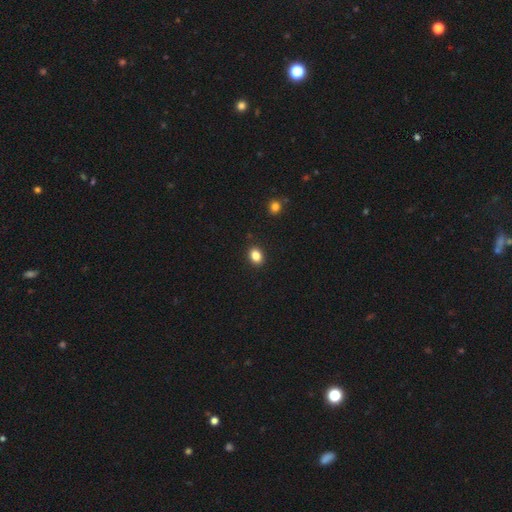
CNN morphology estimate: This is clearly a smooth galaxy (85%). How rounded: likely in between (70%). Merging: clearly none (90%).